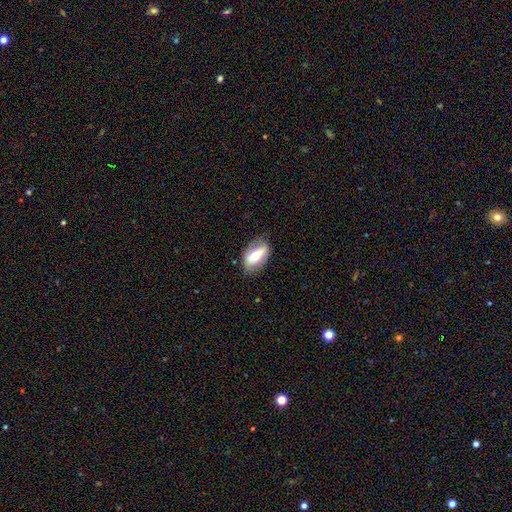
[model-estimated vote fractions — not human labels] This appears to be a featured or disk galaxy (49%). Merging: none (79%).